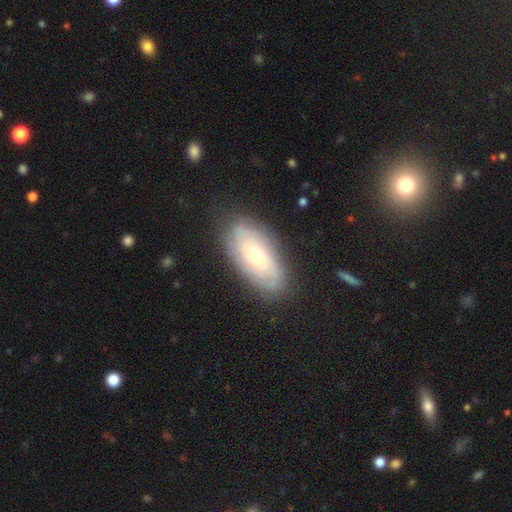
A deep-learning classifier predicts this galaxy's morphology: Q: Smooth or featured?
A: featured or disk (52%); runner-up: smooth (41%)
Q: Edge-on disk?
A: no (88%); runner-up: yes (12%)
Q: Merging?
A: none (79%); runner-up: minor disturbance (15%)